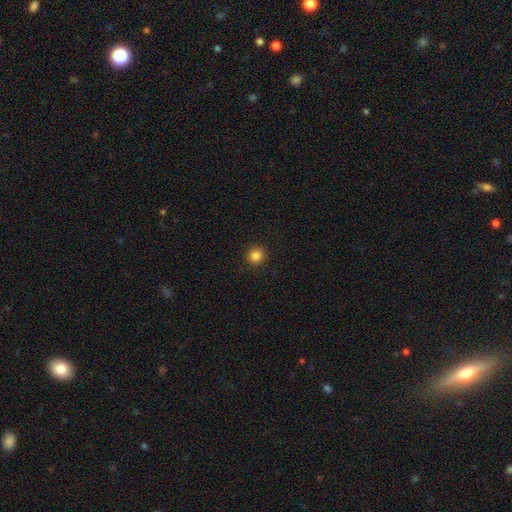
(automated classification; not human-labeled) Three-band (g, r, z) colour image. It shows a smooth galaxy with no disk features (85%) that is round (93%). Merging: none (93%).